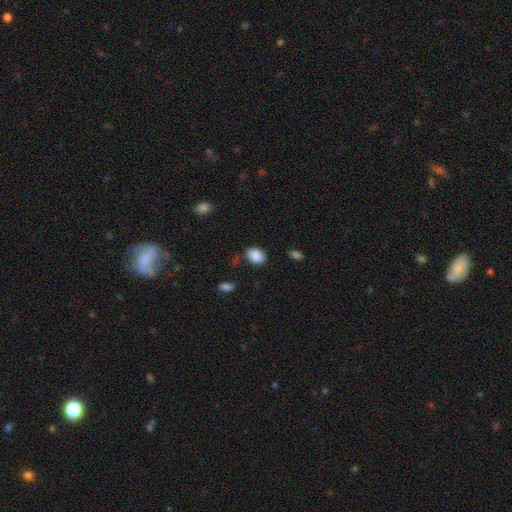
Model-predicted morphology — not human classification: A smooth galaxy with no disk features (85%) that is in between round and cigar-shaped (70%). Merging: none (67%).